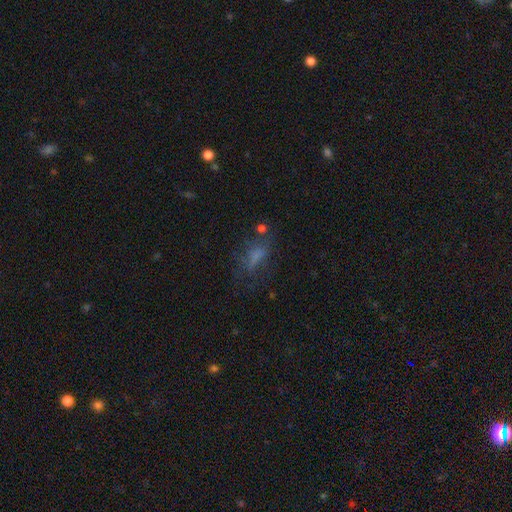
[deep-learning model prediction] Q: Smooth or featured?
A: smooth (53%); runner-up: featured or disk (26%)
Q: How rounded?
A: in between (60%); runner-up: cigar-shaped (31%)
Q: Merging?
A: none (48%); runner-up: major disturbance (26%)